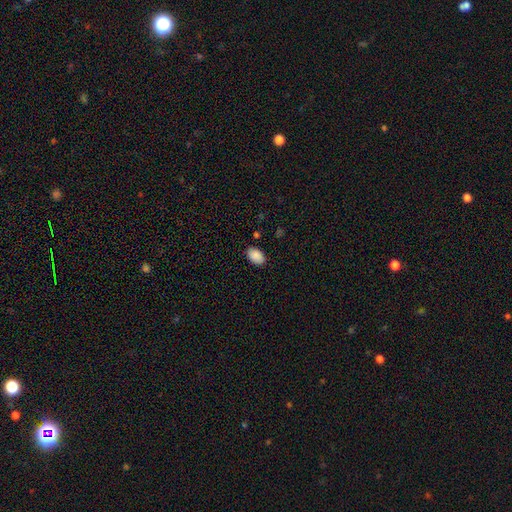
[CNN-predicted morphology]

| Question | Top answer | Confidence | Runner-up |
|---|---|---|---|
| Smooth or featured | smooth | 89% | star or artifact (7%) |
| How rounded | in between | 91% | round (8%) |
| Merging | none | 86% | minor disturbance (11%) |